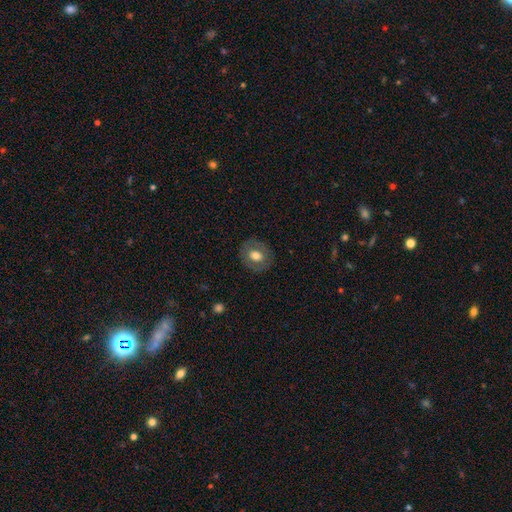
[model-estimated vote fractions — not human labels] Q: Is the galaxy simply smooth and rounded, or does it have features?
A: smooth — 63%.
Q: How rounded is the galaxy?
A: round — 67%.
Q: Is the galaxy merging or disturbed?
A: none — 85%.